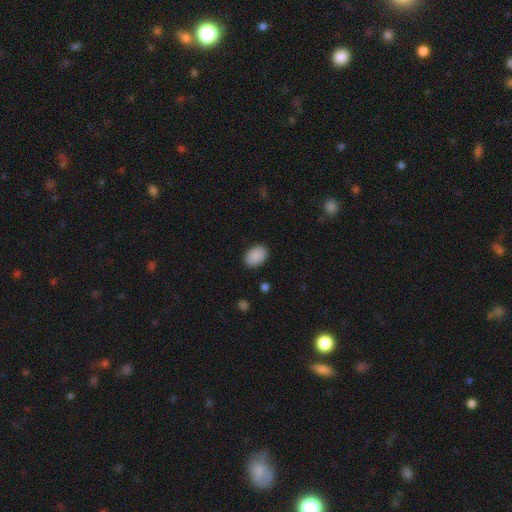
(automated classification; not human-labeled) Q: Smooth or featured?
A: smooth (90%); runner-up: star or artifact (7%)
Q: How rounded?
A: in between (85%); runner-up: round (14%)
Q: Merging?
A: none (88%); runner-up: minor disturbance (9%)